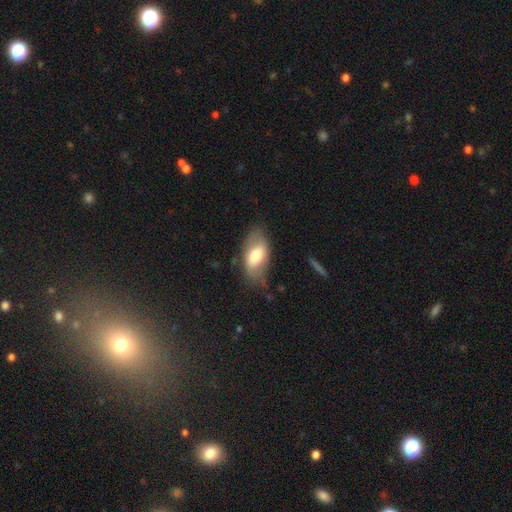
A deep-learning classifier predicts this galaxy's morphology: type=smooth (64%); roundness=in between (91%); merging=none (61%).